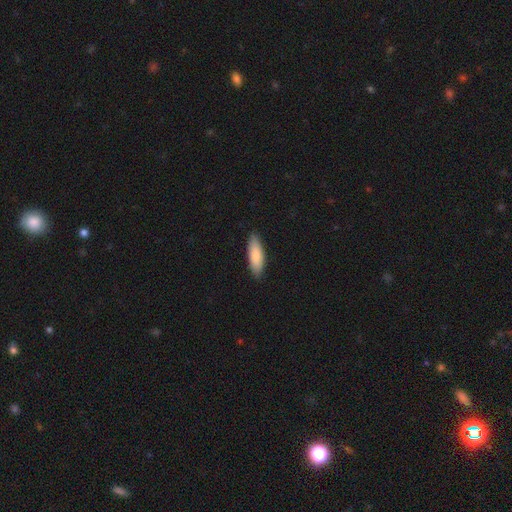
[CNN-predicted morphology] Smooth or featured: smooth — 82% (featured or disk — 13%)
How rounded: in between — 59% (cigar-shaped — 39%)
Merging: none — 87% (minor disturbance — 10%)